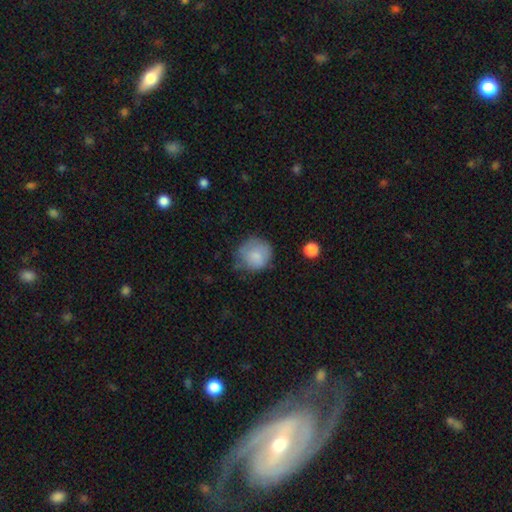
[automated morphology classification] smooth_or_featured: smooth (p=0.79) [alt: featured or disk p=0.13]
how_rounded: round (p=0.88) [alt: in between p=0.11]
merging: none (p=0.55) [alt: minor disturbance p=0.32]